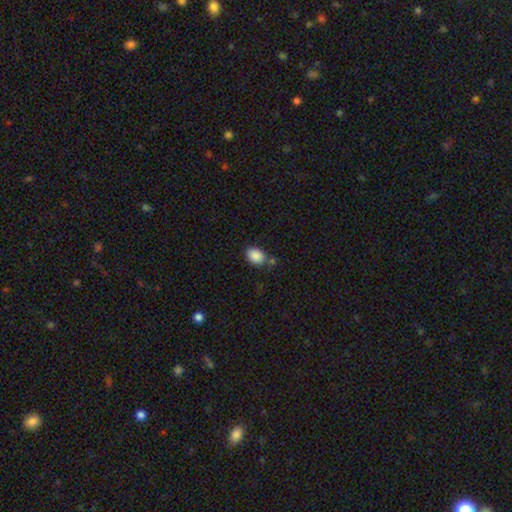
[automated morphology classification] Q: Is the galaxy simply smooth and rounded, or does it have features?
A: smooth — 89%.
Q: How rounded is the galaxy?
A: in between — 77%.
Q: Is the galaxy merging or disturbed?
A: none — 70%.